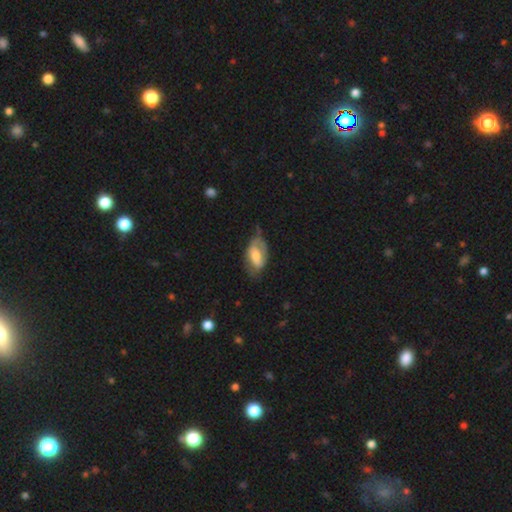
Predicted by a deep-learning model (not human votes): Smooth or featured?
  - smooth: 48% *
  - featured or disk: 46%
  - star or artifact: 6%
Merging?
  - none: 47% *
  - minor disturbance: 34%
  - major disturbance: 17%
  - merger: 2%